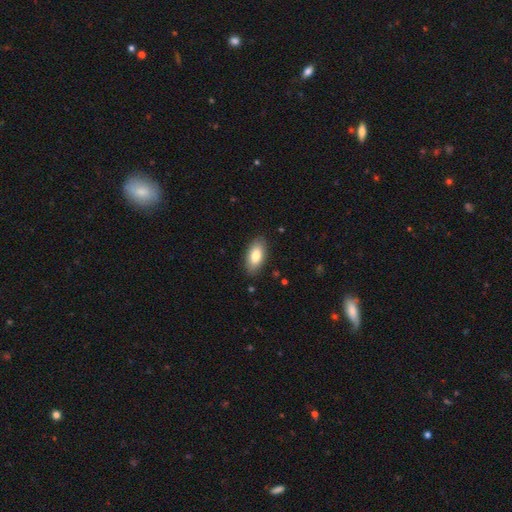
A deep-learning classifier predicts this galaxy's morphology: The model was most divided on "smooth or featured": smooth: 81%, featured or disk: 13%, star or artifact: 6%. More confident: how rounded — in between (91%); merging — none (86%).